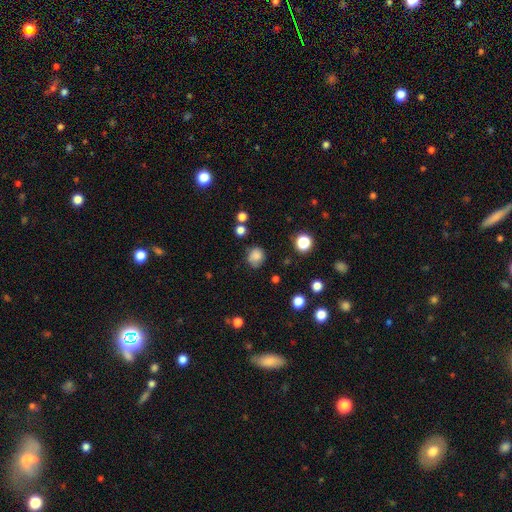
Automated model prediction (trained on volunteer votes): Overall: smooth (80%). How rounded: round (77%). Merging: none (66%).